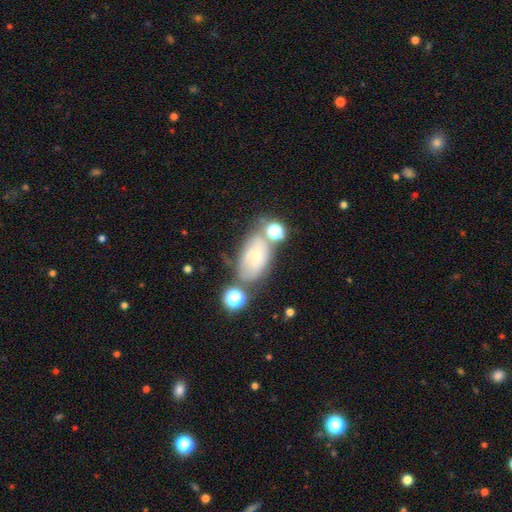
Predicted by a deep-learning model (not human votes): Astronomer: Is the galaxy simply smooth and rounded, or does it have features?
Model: smooth — 45% (runner-up: featured or disk, 41%).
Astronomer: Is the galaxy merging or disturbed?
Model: none — 48% (runner-up: minor disturbance, 24%).